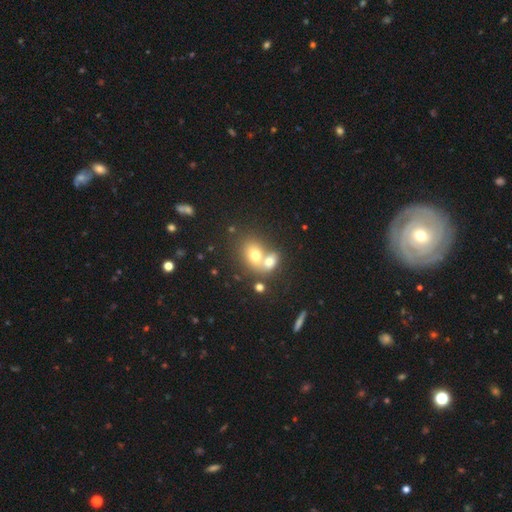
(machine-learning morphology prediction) This is likely a smooth galaxy (66%). How rounded: possibly in between (55%). Merging: likely merger (65%).